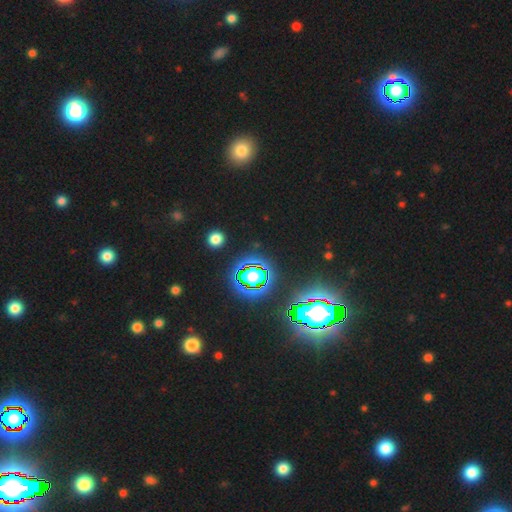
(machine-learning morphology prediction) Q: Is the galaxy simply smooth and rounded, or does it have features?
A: star or artifact — 78%.